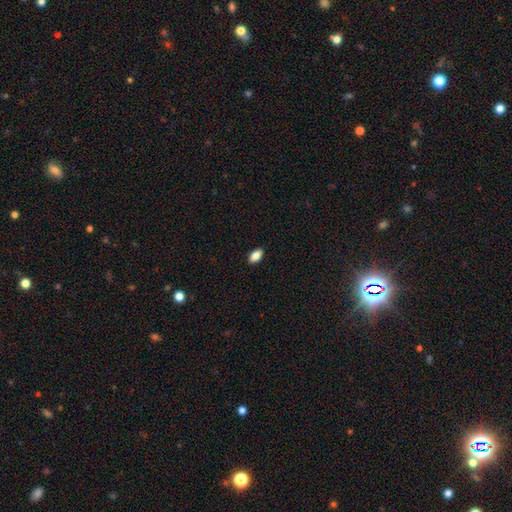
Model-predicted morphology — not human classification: A smooth galaxy with no disk features (85%) that is in between round and cigar-shaped (91%). Merging: none (90%).